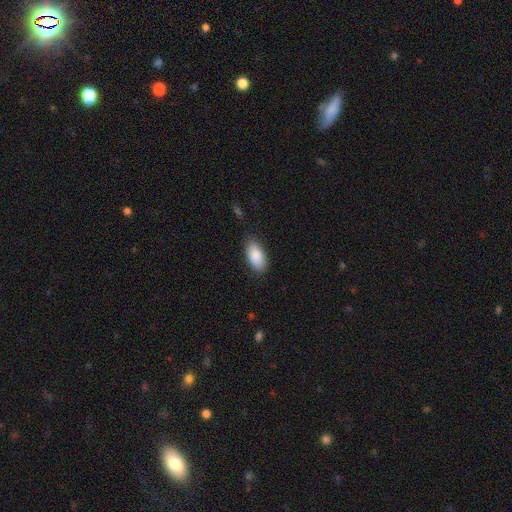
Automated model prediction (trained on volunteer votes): Smooth or featured? Predicted: smooth (p=0.88). How rounded? Predicted: in between (p=0.92). Merging? Predicted: none (p=0.83).